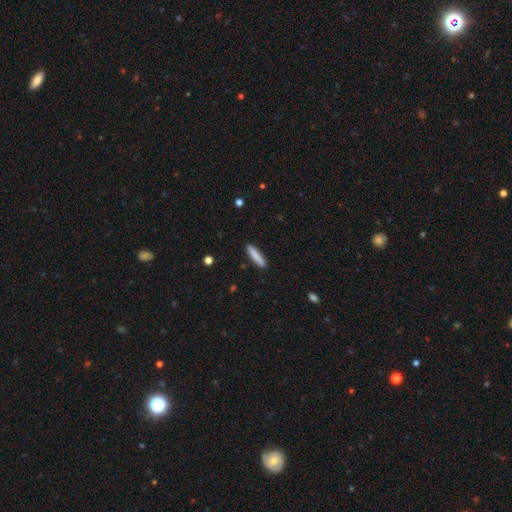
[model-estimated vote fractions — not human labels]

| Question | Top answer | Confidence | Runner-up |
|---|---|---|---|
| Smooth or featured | smooth | 84% | featured or disk (10%) |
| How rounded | cigar-shaped | 86% | in between (13%) |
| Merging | none | 89% | minor disturbance (8%) |